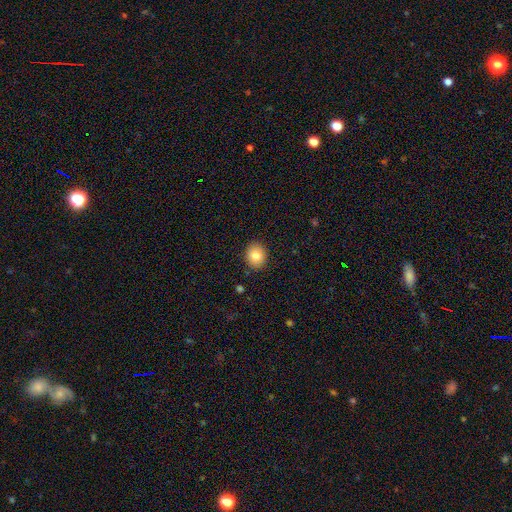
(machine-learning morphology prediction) smooth_or_featured: smooth (p=0.82) [alt: featured or disk p=0.09]
how_rounded: round (p=0.64) [alt: in between p=0.36]
merging: none (p=0.89) [alt: minor disturbance p=0.08]